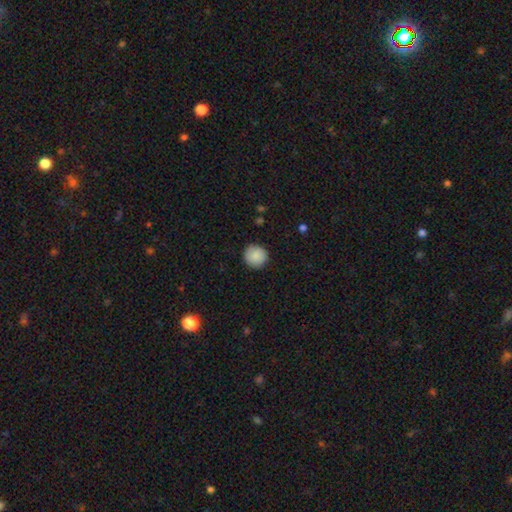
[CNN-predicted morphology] This is clearly a smooth galaxy (88%). How rounded: clearly round (94%). Merging: clearly none (90%).